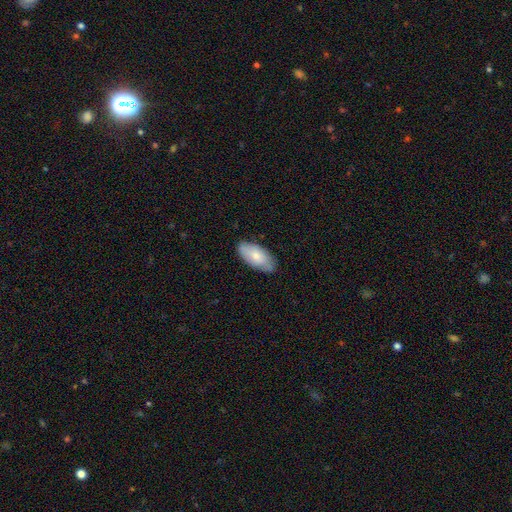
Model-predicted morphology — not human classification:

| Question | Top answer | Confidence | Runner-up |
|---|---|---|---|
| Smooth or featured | smooth | 74% | featured or disk (21%) |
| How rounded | in between | 92% | cigar-shaped (6%) |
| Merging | none | 78% | minor disturbance (18%) |